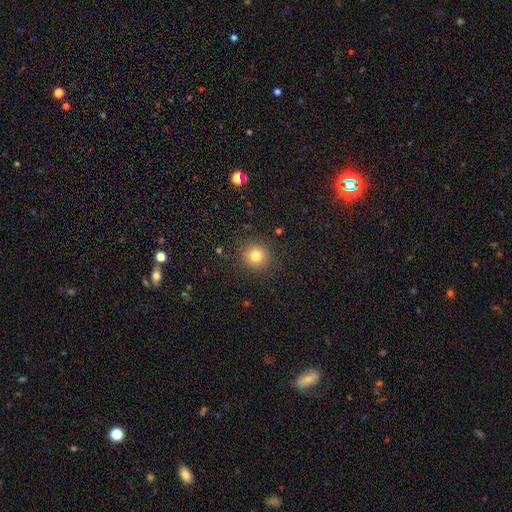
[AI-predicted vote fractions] Q: Smooth or featured?
A: smooth (80%); runner-up: star or artifact (13%)
Q: How rounded?
A: round (93%); runner-up: in between (6%)
Q: Merging?
A: none (90%); runner-up: minor disturbance (6%)